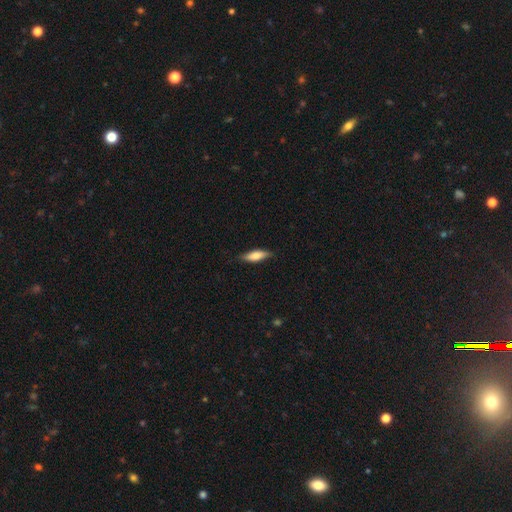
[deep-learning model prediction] Smooth or featured?
  - smooth: 72% *
  - featured or disk: 22%
  - star or artifact: 6%
How rounded?
  - cigar-shaped: 51% *
  - in between: 47%
  - round: 2%
Merging?
  - none: 79% *
  - minor disturbance: 17%
  - major disturbance: 3%
  - merger: 1%